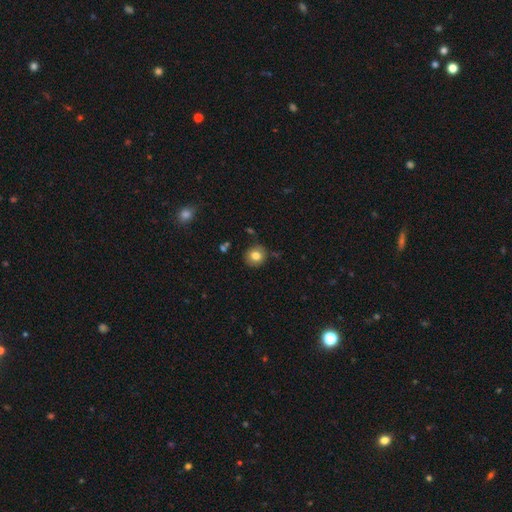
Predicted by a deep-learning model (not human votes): Smooth or featured? smooth (79%)
How rounded? round (85%)
Merging? none (85%)